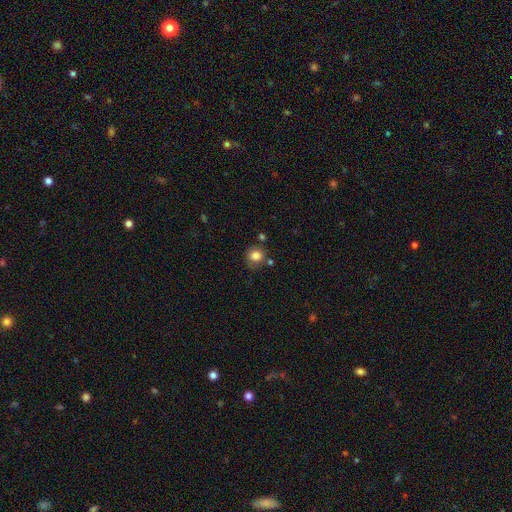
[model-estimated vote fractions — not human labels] A smooth galaxy with no disk features (83%) that is round (82%). Merging: none (74%).